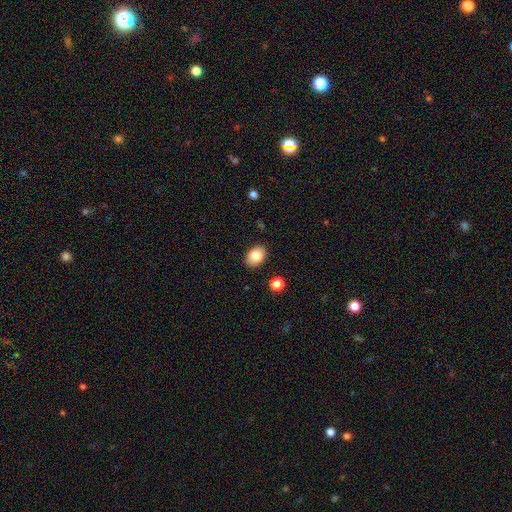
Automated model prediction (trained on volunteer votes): Smooth or featured? smooth (84%)
How rounded? in between (77%)
Merging? none (89%)